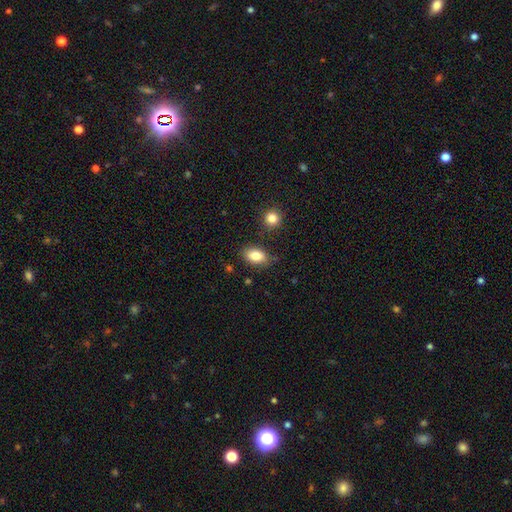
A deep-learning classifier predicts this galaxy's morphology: type=smooth (83%); roundness=in between (89%); merging=none (81%).